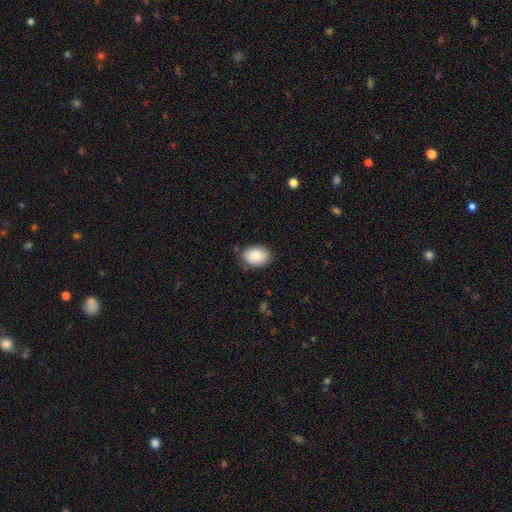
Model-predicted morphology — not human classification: Overall: smooth (85%). How rounded: in between (72%). Merging: none (79%).